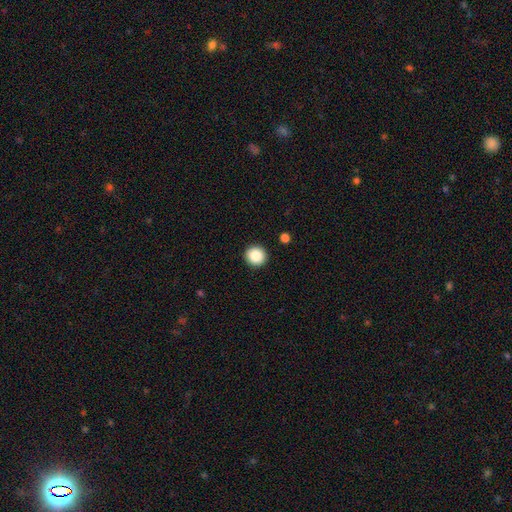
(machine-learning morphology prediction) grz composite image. It shows a smooth galaxy with no disk features (87%) that is round (94%). Merging: none (92%).